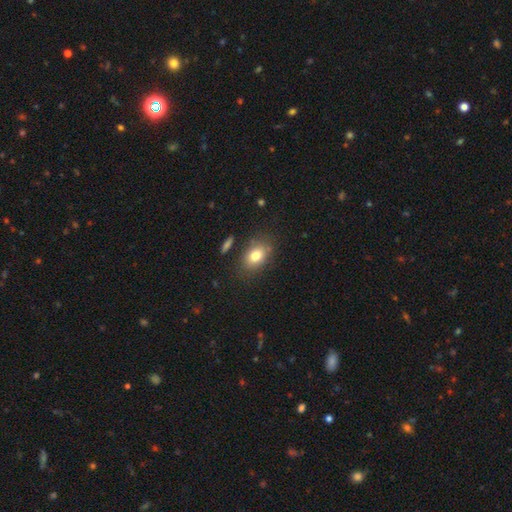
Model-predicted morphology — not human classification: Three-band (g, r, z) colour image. It shows a smooth galaxy with no disk features (79%) that is in between round and cigar-shaped (76%). Merging: none (79%).